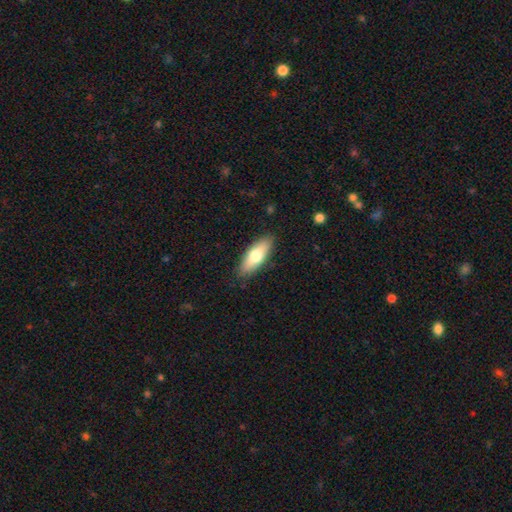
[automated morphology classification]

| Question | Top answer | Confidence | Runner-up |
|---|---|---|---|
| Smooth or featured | smooth | 68% | featured or disk (26%) |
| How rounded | in between | 67% | cigar-shaped (31%) |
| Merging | none | 87% | minor disturbance (10%) |